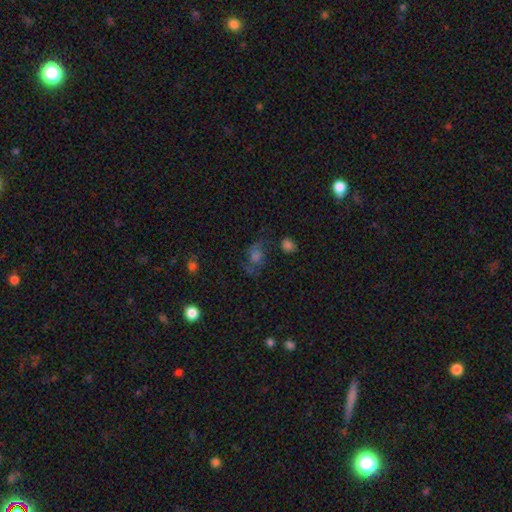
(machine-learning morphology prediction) type=smooth (41%); merging=none (57%).